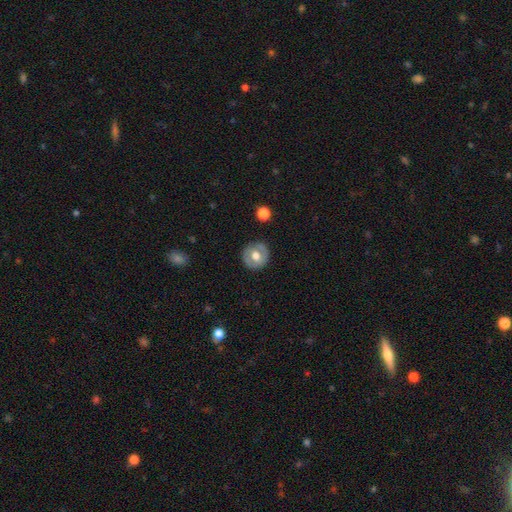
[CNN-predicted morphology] Overall: smooth (53%; featured or disk 41%). How rounded: round (90%). Merging: none (86%).